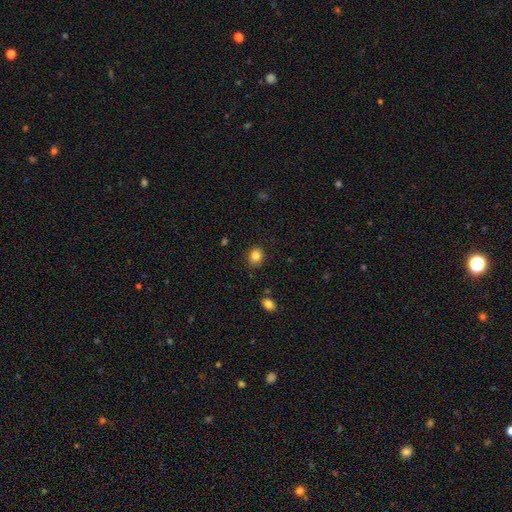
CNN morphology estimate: type=smooth (84%); roundness=round (72%); merging=none (87%).